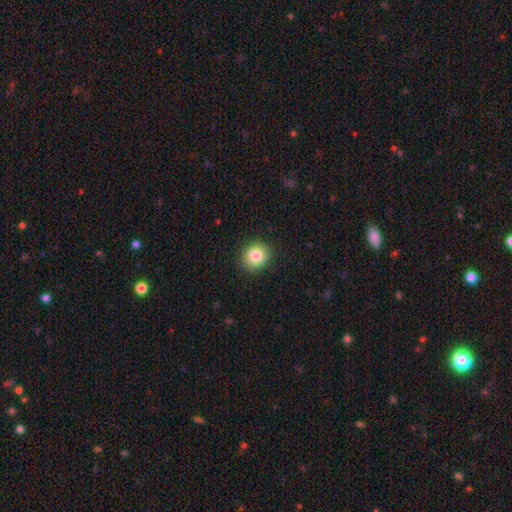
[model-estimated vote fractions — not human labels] Smooth or featured? Predicted: smooth (p=0.83). How rounded? Predicted: round (p=0.85). Merging? Predicted: none (p=0.91).